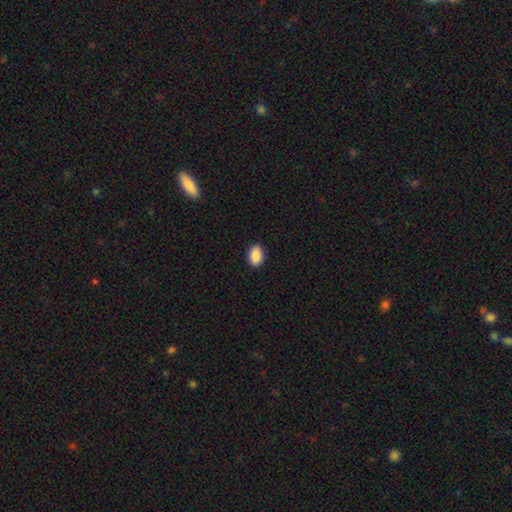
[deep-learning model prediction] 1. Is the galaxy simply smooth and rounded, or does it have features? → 90% smooth, 7% star or artifact, 3% featured or disk.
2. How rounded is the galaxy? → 84% in between, 15% round, 1% cigar-shaped.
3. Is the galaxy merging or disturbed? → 89% none, 8% minor disturbance, 2% major disturbance, 1% merger.